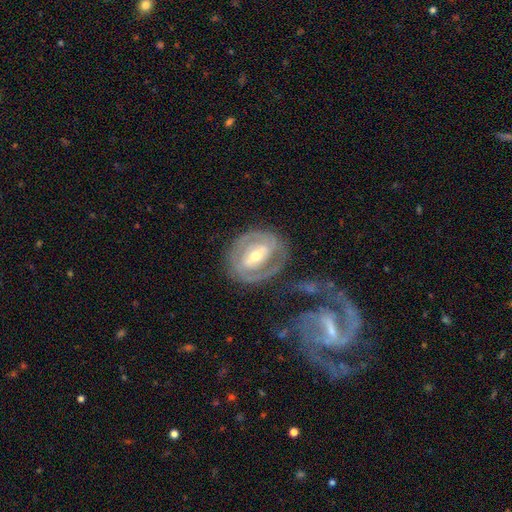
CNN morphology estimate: Overall: featured or disk (82%). Edge-on disk: no (96%). Bar: strong (51%; weak 32%). Spiral arms: yes (80%). Spiral arm count: 2 (65%). Spiral winding: tight (64%; medium 27%). Bulge size: moderate (58%; small 37%). Merging: none (69%).